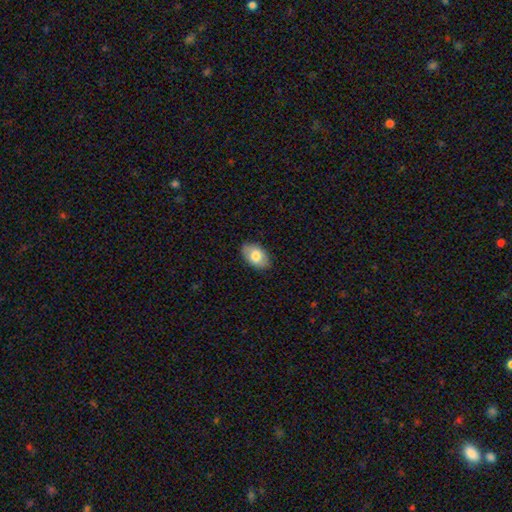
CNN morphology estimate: Smooth or featured? Predicted: smooth (p=0.76). How rounded? Predicted: in between (p=0.92). Merging? Predicted: none (p=0.86).